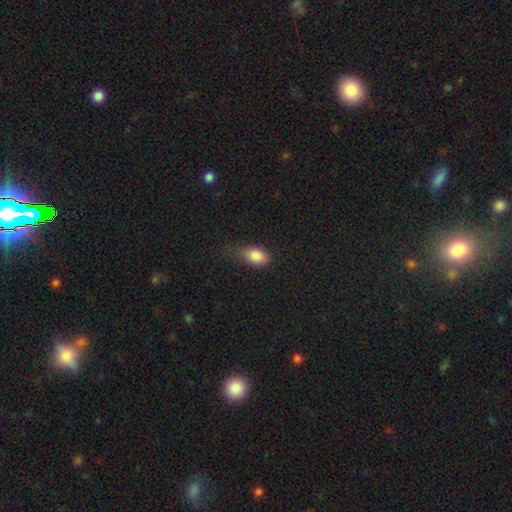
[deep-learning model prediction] Smooth or featured?
  - smooth: 85% *
  - star or artifact: 8%
  - featured or disk: 6%
How rounded?
  - in between: 86% *
  - round: 12%
  - cigar-shaped: 3%
Merging?
  - none: 55% *
  - minor disturbance: 33%
  - major disturbance: 10%
  - merger: 2%